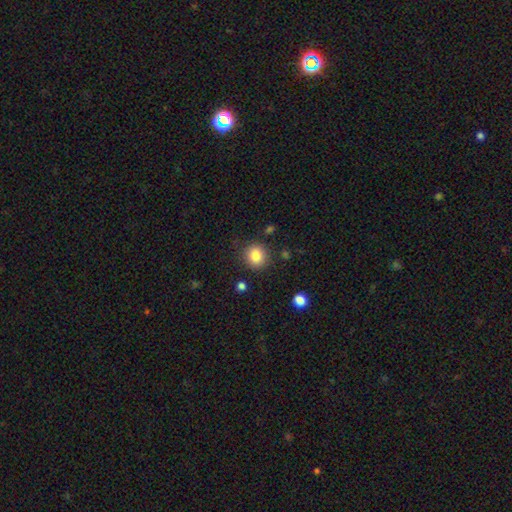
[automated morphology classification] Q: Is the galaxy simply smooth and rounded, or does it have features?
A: smooth — 84%.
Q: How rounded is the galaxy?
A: round — 88%.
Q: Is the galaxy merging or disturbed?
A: none — 88%.